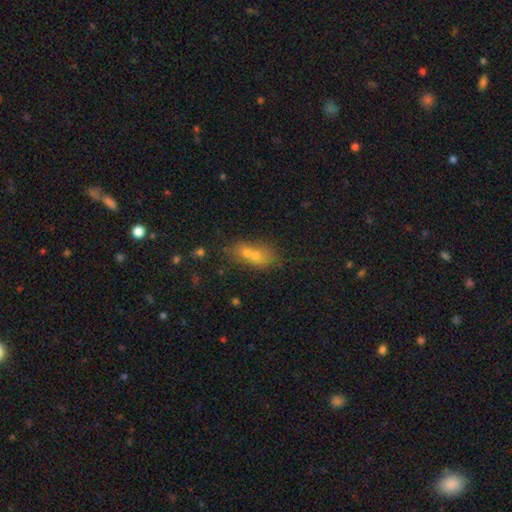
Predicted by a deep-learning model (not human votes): Smooth or featured? Predicted: smooth (p=0.59). How rounded? Predicted: in between (p=0.56). Merging? Predicted: merger (p=0.62).